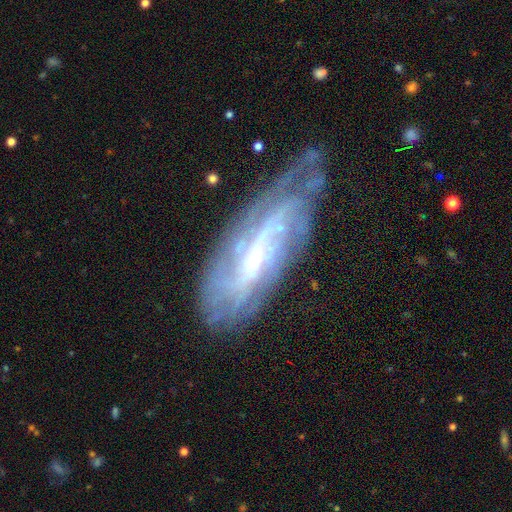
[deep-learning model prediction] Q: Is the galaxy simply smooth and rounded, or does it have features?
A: featured or disk — 78%.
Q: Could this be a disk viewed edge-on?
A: no — 85%.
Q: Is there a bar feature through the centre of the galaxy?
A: weak — 42%.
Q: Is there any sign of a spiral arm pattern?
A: yes — 90%.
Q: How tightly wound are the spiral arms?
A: tight — 55%.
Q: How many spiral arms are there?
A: can't tell — 51%.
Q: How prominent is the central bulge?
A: small — 63%.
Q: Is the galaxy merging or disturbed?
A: none — 61%.